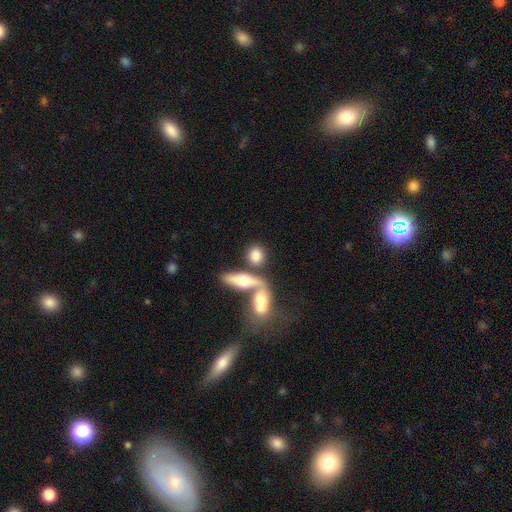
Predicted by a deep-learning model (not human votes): This appears to be a smooth galaxy with no disk features (73%) that is round (48%). Merging: none (50%).